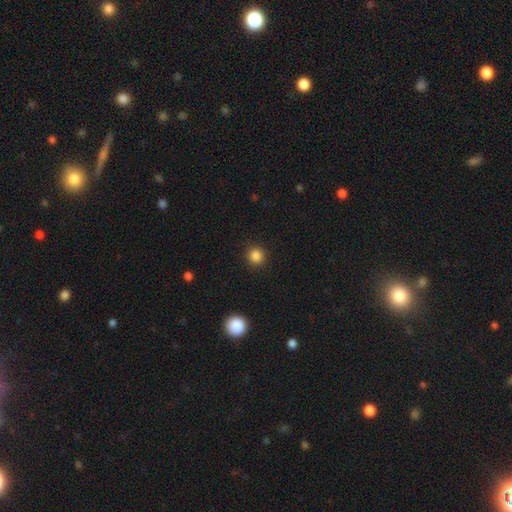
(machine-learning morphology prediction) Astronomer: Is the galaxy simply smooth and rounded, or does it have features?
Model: smooth — 85%.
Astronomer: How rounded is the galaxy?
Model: round — 93%.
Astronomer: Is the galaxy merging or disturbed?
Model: none — 91%.